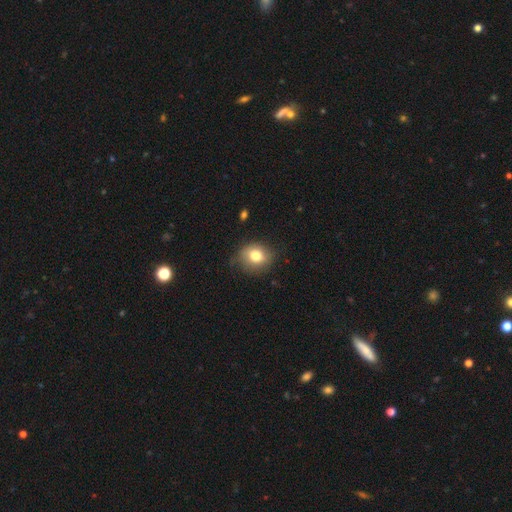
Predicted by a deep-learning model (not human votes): Smooth or featured? smooth (78%)
How rounded? round (71%)
Merging? none (75%)